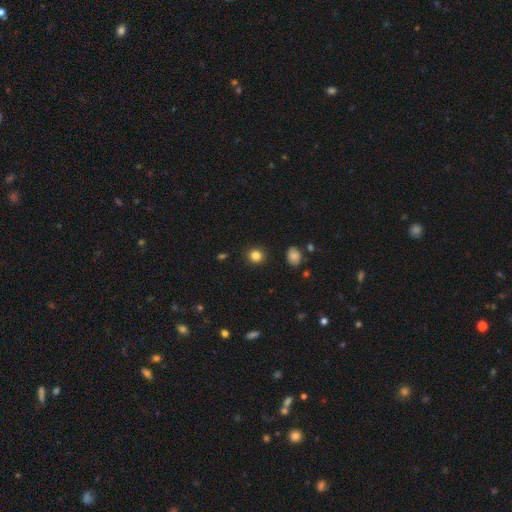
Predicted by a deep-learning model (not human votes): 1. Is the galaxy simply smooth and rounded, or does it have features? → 84% smooth, 11% star or artifact, 4% featured or disk.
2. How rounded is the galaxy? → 83% round, 16% in between, 1% cigar-shaped.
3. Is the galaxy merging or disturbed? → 91% none, 5% minor disturbance, 2% major disturbance, 1% merger.